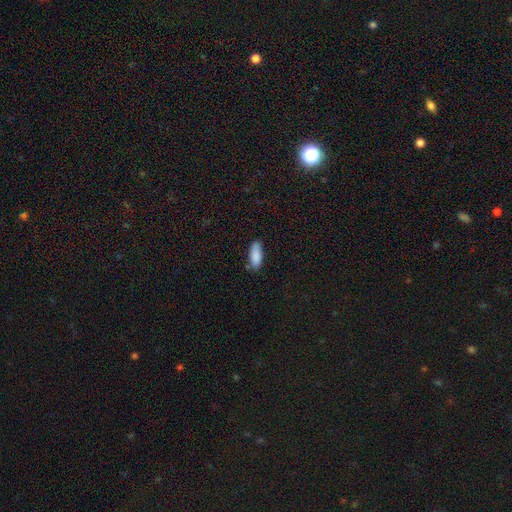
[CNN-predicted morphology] A smooth galaxy with no disk features (88%) that is in between round and cigar-shaped (79%). Merging: none (78%).